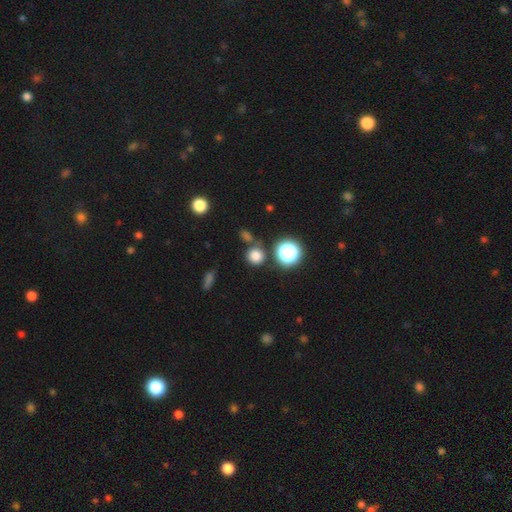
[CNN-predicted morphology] smooth_or_featured: smooth (p=0.76) [alt: star or artifact p=0.18]
how_rounded: round (p=0.90) [alt: in between p=0.09]
merging: none (p=0.74) [alt: merger p=0.12]